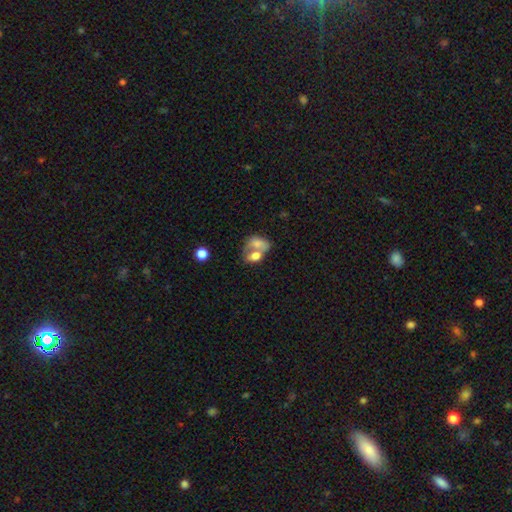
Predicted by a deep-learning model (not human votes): This appears to be a smooth galaxy with no disk features (67%) that is in between round and cigar-shaped (76%). Merging: merger (69%).